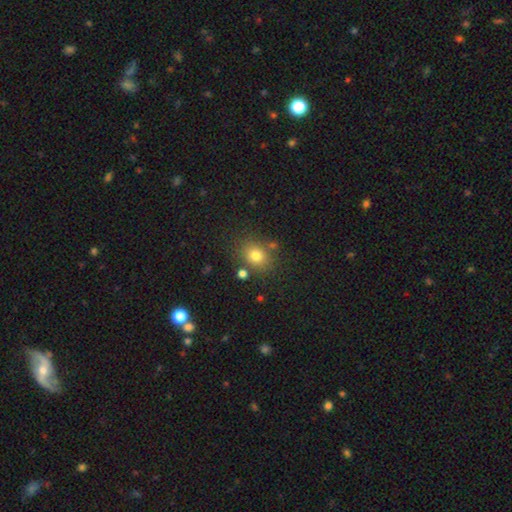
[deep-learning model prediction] The model was most divided on "how rounded": round: 59%, in between: 40%, cigar-shaped: 1%. More confident: smooth or featured — smooth (78%); merging — none (77%).